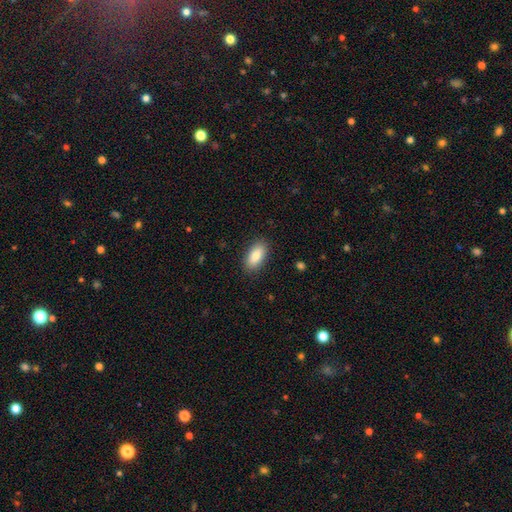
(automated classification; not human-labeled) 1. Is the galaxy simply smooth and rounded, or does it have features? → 87% smooth, 7% star or artifact, 6% featured or disk.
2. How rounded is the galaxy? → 91% in between, 7% cigar-shaped, 3% round.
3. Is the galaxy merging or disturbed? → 88% none, 9% minor disturbance, 2% major disturbance, 1% merger.